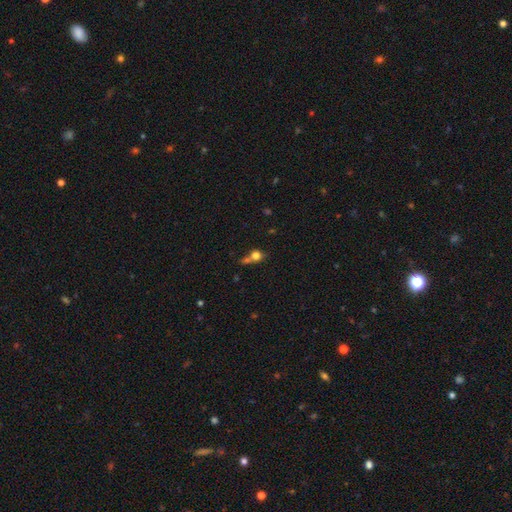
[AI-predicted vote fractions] A smooth galaxy with no disk features (72%) that is round (79%).

Vote fractions:
- Smooth or featured? smooth: 72% / featured or disk: 14% / star or artifact: 14%
- How rounded? round: 79% / in between: 19% / cigar-shaped: 3%
- Merging? merger: 43% / none: 38% / minor disturbance: 11% / major disturbance: 7%